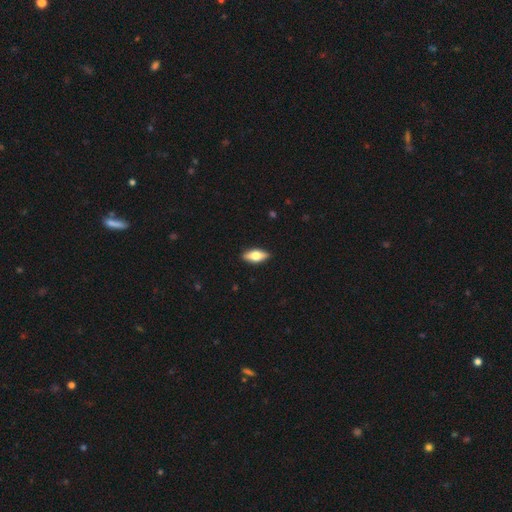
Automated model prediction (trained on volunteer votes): A smooth galaxy with no disk features (59%) that is in between round and cigar-shaped (78%). Merging: none (89%).